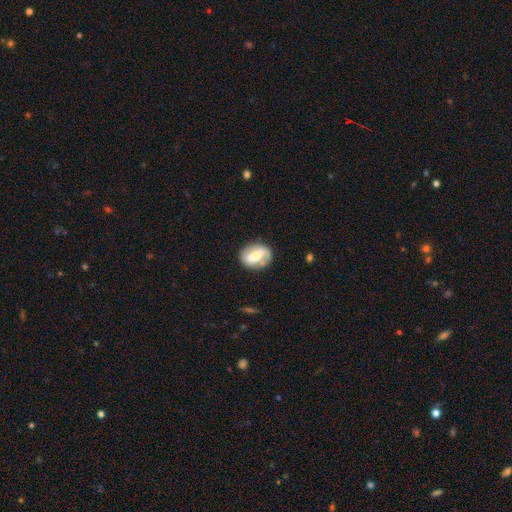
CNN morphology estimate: smooth_or_featured: featured or disk (p=0.52) [alt: smooth p=0.42]
disk_edge_on: no (p=0.92) [alt: yes p=0.08]
merging: none (p=0.77) [alt: minor disturbance p=0.15]